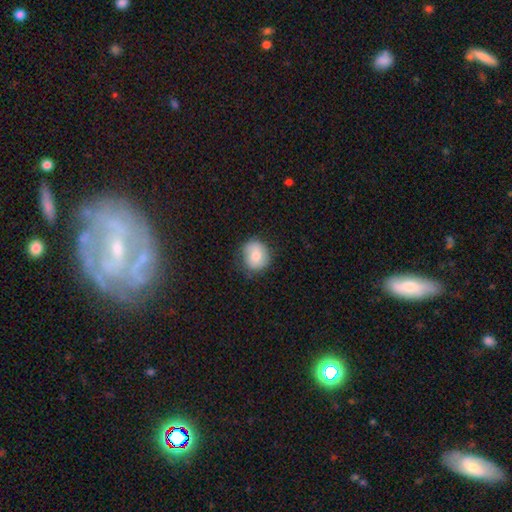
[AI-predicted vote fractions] Smooth or featured? Predicted: smooth (p=0.74). How rounded? Predicted: round (p=0.81). Merging? Predicted: none (p=0.77).